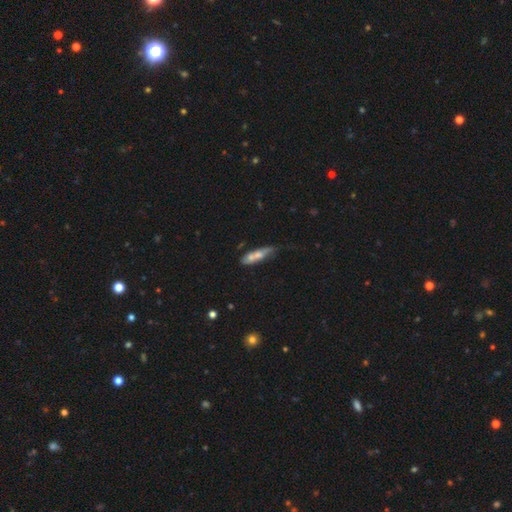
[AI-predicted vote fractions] Smooth or featured? smooth (55%)
How rounded? cigar-shaped (60%)
Merging? none (40%)